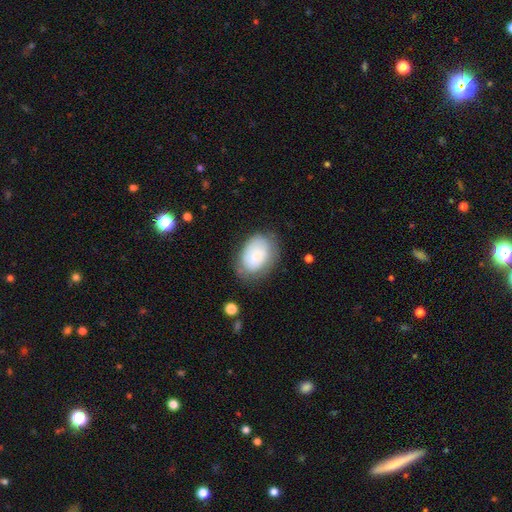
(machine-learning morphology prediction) Smooth or featured? smooth (73%)
How rounded? in between (82%)
Merging? none (65%)